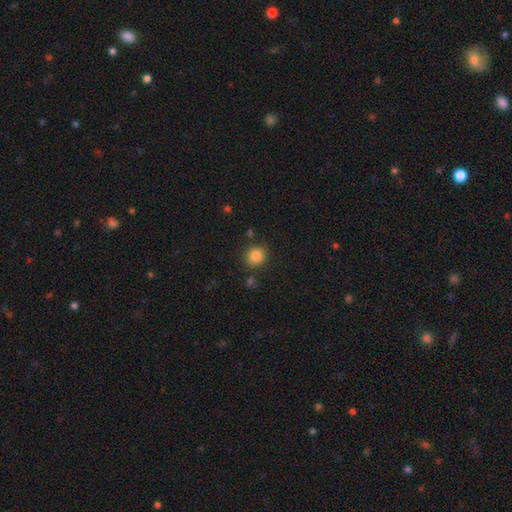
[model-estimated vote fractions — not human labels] Morphology: type=smooth (85%); roundness=round (83%); merging=none (80%).